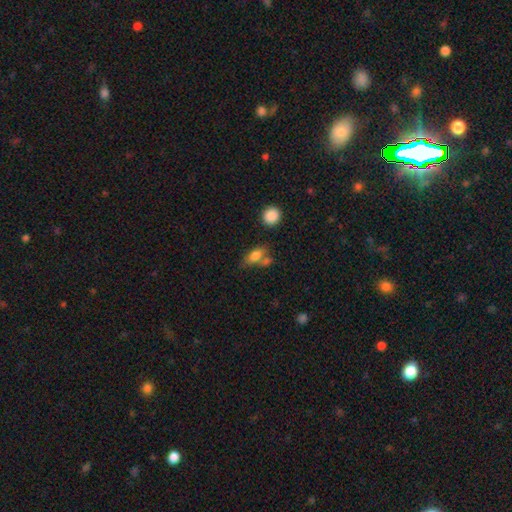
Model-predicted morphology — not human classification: A smooth galaxy with no disk features (74%) that is in between round and cigar-shaped (75%). Merging: none (48%).